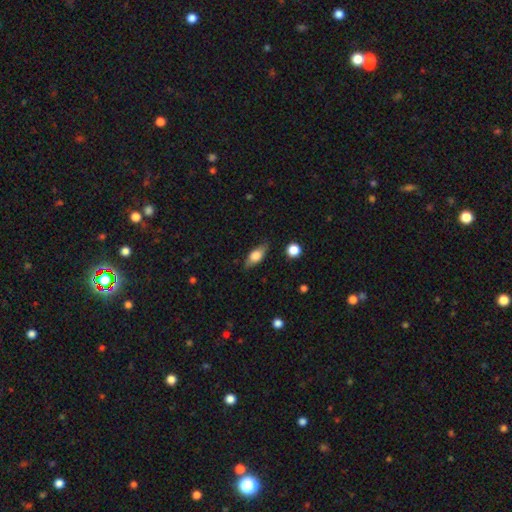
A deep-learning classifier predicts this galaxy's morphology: type=smooth (63%); roundness=in between (76%); merging=none (80%).